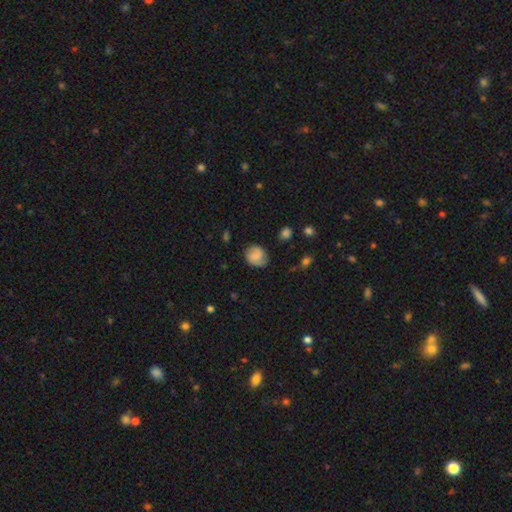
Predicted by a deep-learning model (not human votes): A smooth galaxy with no disk features (56%) that is round (72%).

Vote fractions:
- Smooth or featured? smooth: 56% / featured or disk: 35% / star or artifact: 9%
- How rounded? round: 72% / in between: 27% / cigar-shaped: 1%
- Merging? none: 70% / minor disturbance: 21% / major disturbance: 6% / merger: 2%